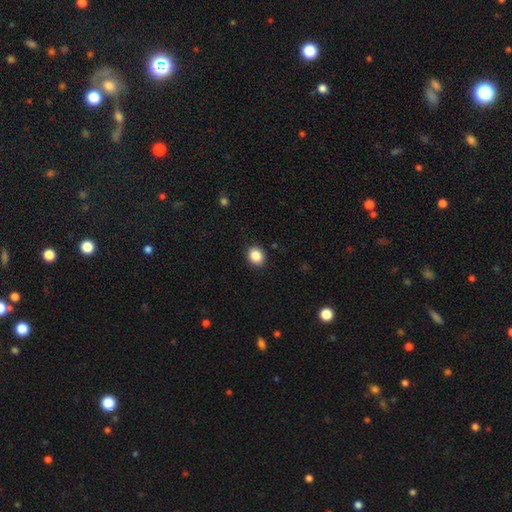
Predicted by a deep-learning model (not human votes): A smooth galaxy with no disk features (87%) that is round (64%). Merging: none (90%).